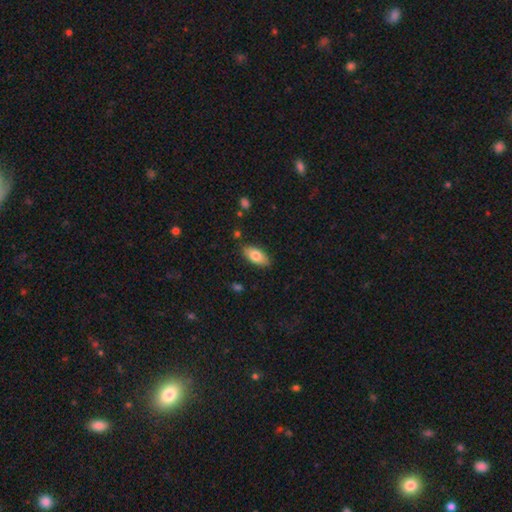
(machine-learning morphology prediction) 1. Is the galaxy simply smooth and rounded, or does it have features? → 78% smooth, 15% featured or disk, 6% star or artifact.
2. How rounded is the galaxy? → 89% in between, 9% cigar-shaped, 3% round.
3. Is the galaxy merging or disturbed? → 86% none, 11% minor disturbance, 2% major disturbance, 1% merger.